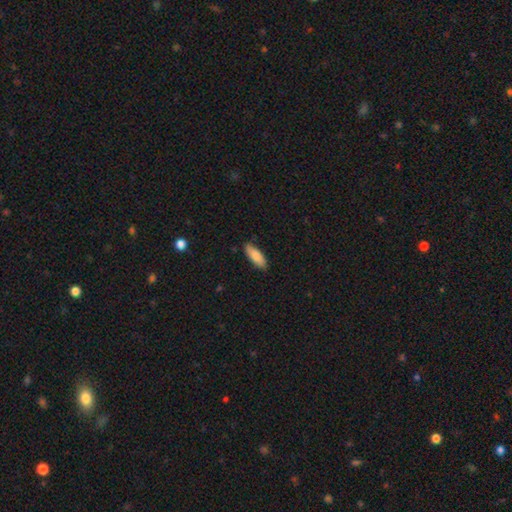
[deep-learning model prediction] This appears to be a smooth galaxy with no disk features (85%) that is in between round and cigar-shaped (65%). Merging: none (84%).